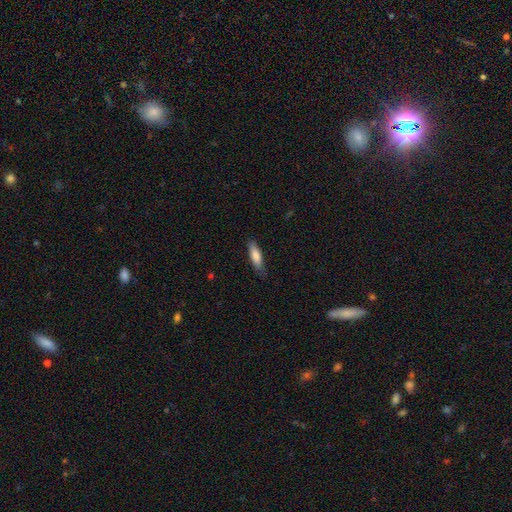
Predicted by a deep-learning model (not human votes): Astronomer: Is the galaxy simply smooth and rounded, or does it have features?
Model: smooth — 81%.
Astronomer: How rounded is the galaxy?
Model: cigar-shaped — 60% (runner-up: in between, 38%).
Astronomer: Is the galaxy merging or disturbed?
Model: none — 80%.